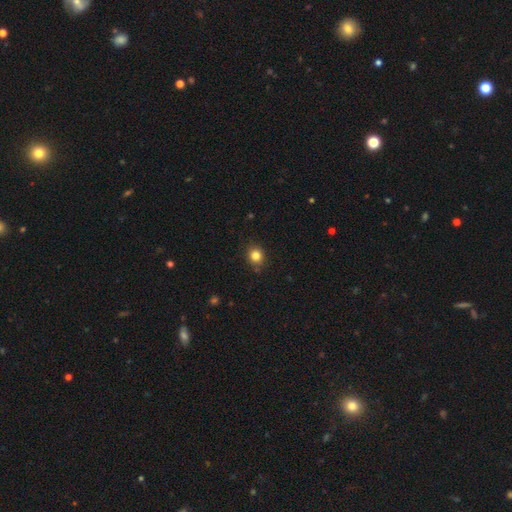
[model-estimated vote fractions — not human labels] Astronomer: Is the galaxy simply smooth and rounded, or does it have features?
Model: smooth — 83%.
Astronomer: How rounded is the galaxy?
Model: round — 82%.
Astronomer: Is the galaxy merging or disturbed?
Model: none — 86%.